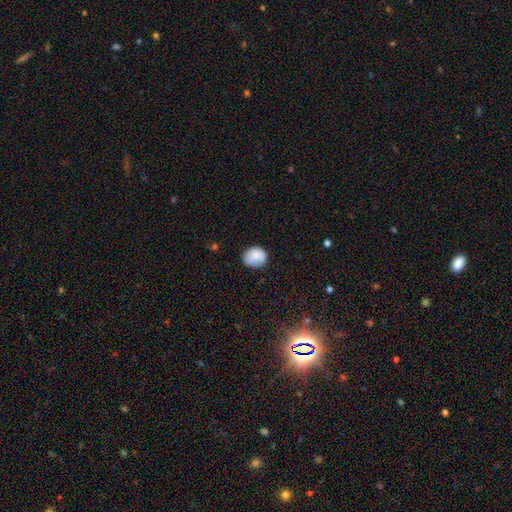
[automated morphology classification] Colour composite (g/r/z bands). It shows a smooth galaxy with no disk features (82%) that is round (68%). Merging: none (72%).